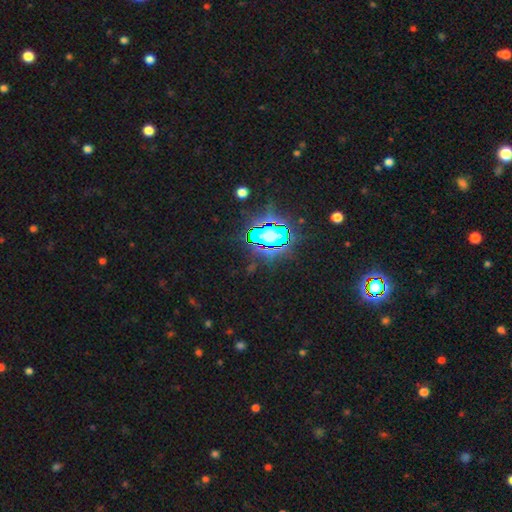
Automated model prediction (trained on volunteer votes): Smooth or featured: star or artifact — 81% (smooth — 11%)